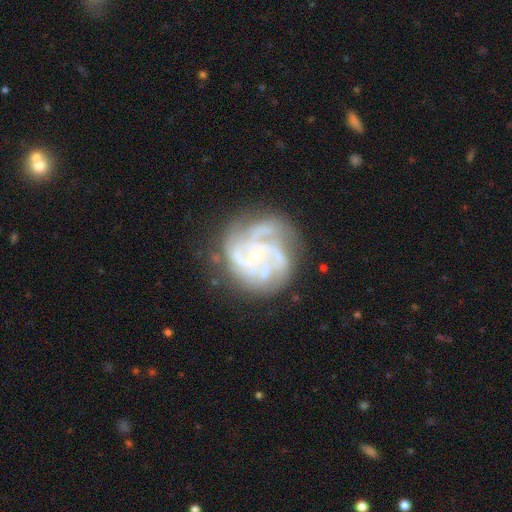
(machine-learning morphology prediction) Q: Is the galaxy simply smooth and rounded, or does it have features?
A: featured or disk — 85%.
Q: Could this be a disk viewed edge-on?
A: no — 98%.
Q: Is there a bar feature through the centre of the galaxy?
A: no — 73%.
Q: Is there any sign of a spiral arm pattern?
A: yes — 94%.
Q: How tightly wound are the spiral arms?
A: tight — 51%.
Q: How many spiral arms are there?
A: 4 — 31%.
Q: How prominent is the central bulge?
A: small — 77%.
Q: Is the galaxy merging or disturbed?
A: none — 66%.